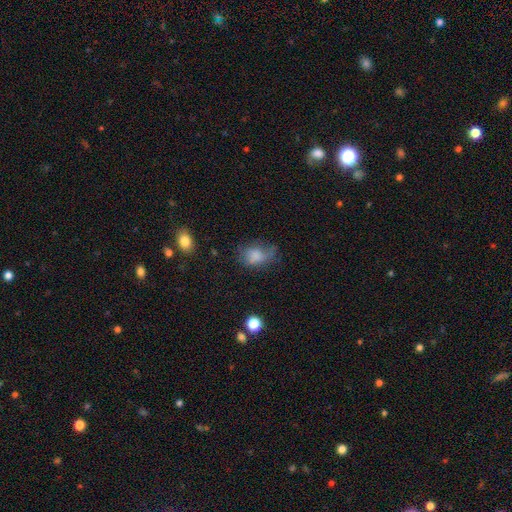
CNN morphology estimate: type=smooth (73%); roundness=in between (70%); merging=none (39%).